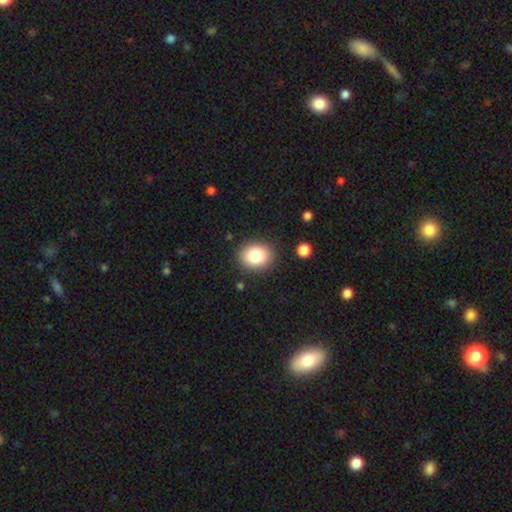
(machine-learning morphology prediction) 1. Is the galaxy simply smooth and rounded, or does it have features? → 82% smooth, 10% star or artifact, 8% featured or disk.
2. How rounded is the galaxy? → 59% round, 41% in between, 1% cigar-shaped.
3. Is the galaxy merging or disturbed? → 88% none, 8% minor disturbance, 3% major disturbance, 2% merger.